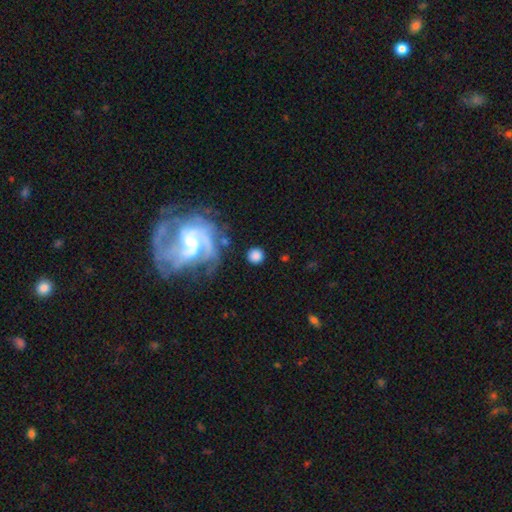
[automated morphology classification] A smooth galaxy with no disk features (70%) that is round (90%).

Vote fractions:
- Smooth or featured? smooth: 70% / featured or disk: 21% / star or artifact: 9%
- How rounded? round: 90% / in between: 9% / cigar-shaped: 1%
- Merging? none: 79% / minor disturbance: 10% / major disturbance: 6% / merger: 5%